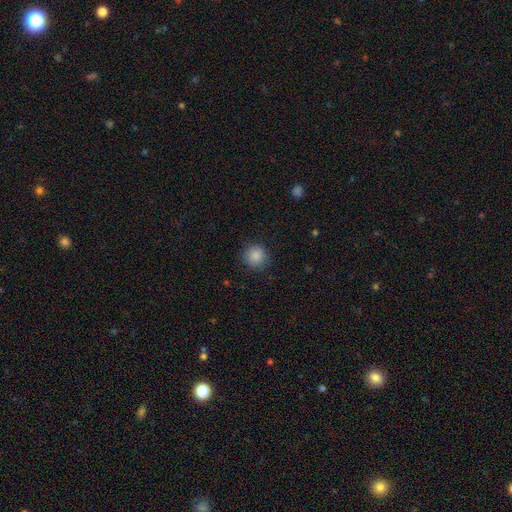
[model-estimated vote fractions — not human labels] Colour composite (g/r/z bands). It shows a smooth galaxy with no disk features (87%) that is round (94%). Merging: none (89%).